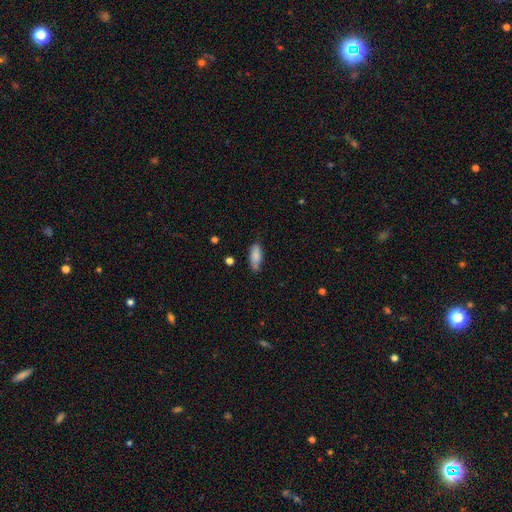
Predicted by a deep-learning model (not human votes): smooth_or_featured: smooth (p=0.82) [alt: featured or disk p=0.11]
how_rounded: in between (p=0.74) [alt: cigar-shaped p=0.24]
merging: none (p=0.67) [alt: minor disturbance p=0.25]